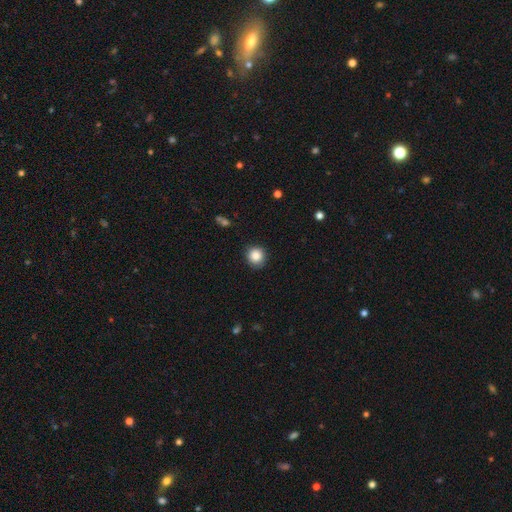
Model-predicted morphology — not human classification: Overall: smooth (86%). How rounded: round (92%). Merging: none (86%).